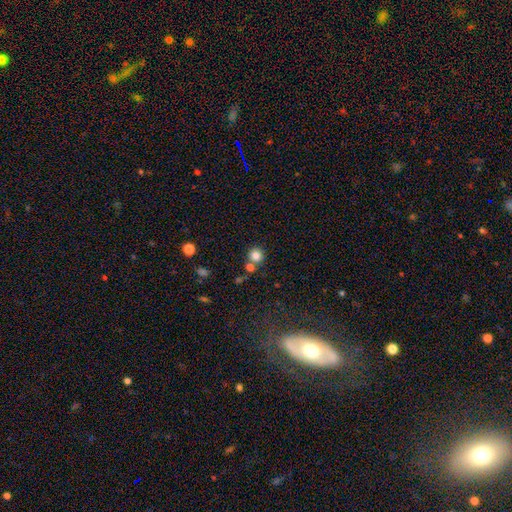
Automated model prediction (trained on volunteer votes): This is clearly a smooth galaxy (82%). How rounded: clearly round (91%). Merging: likely none (71%).